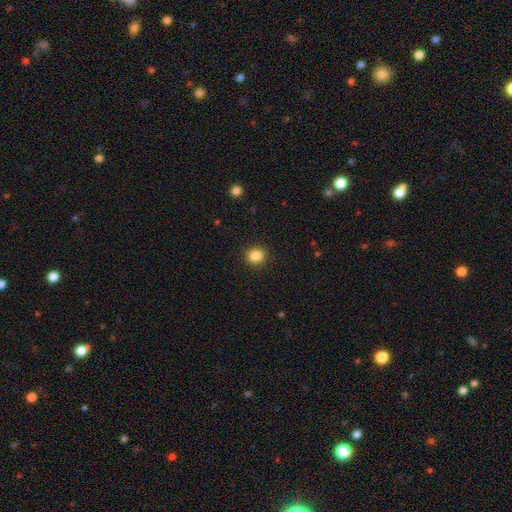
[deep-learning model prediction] Morphology: type=smooth (86%); roundness=round (80%); merging=none (90%).